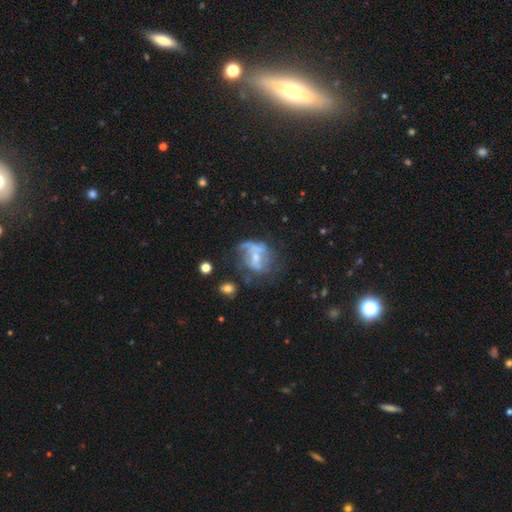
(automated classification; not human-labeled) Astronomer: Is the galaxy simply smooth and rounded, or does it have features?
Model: featured or disk — 63%.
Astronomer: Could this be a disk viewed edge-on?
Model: no — 97%.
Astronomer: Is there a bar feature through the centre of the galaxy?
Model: no — 55% (runner-up: weak, 34%).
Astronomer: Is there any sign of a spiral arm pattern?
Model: no — 50%, tied with yes at 50%.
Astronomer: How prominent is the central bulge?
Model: small — 43% (runner-up: moderate, 35%).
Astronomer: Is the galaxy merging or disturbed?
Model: none — 35% (runner-up: major disturbance, 34%).